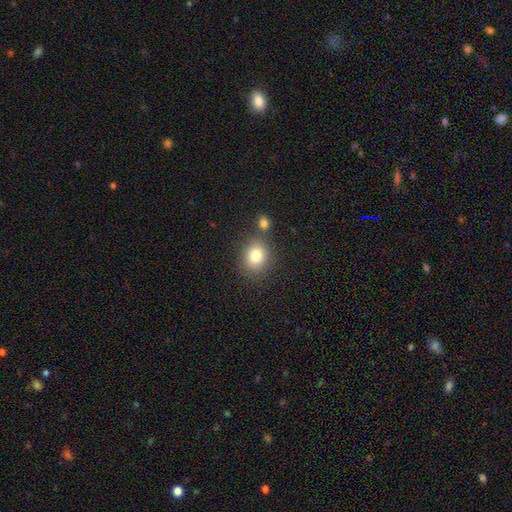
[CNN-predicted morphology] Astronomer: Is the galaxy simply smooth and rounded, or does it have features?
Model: smooth — 80%.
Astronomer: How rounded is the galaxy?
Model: round — 66%.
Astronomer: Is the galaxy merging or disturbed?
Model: none — 73%.